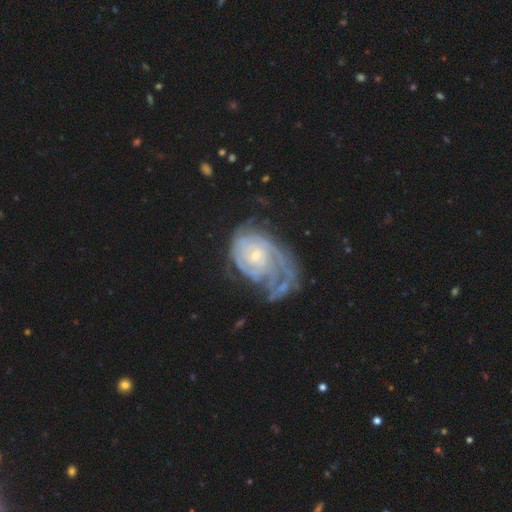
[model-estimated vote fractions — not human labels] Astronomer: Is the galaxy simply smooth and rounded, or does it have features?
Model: featured or disk — 85%.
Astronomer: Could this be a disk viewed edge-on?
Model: no — 97%.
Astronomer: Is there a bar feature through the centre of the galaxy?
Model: no — 63%.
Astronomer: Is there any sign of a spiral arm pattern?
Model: yes — 93%.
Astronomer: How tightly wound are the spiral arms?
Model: tight — 67%.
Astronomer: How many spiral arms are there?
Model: can't tell — 39% (runner-up: 2, 25%).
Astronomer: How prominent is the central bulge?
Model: small — 64%.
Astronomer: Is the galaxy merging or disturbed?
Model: none — 35% (runner-up: major disturbance, 34%).